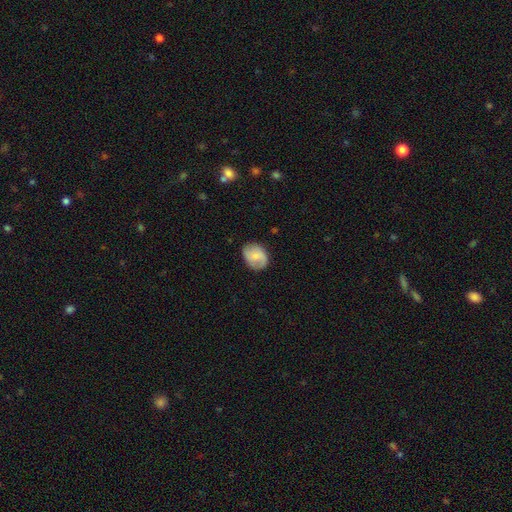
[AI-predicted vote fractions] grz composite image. It shows a smooth galaxy with no disk features (59%) that is in between round and cigar-shaped (51%). Merging: none (75%).